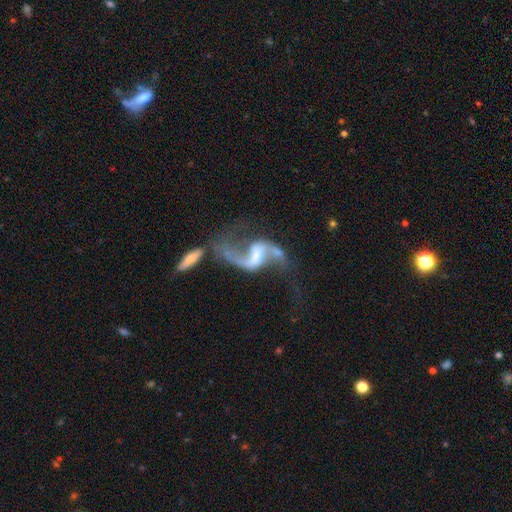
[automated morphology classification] Smooth or featured? Predicted: featured or disk (p=0.89). Edge-on disk? Predicted: no (p=0.96). Bar? Predicted: weak (p=0.46). Spiral arms? Predicted: yes (p=0.95). Spiral winding? Predicted: loose (p=0.85). Spiral arm count? Predicted: 2 (p=0.90). Bulge size? Predicted: small (p=0.49). Merging? Predicted: none (p=0.43).